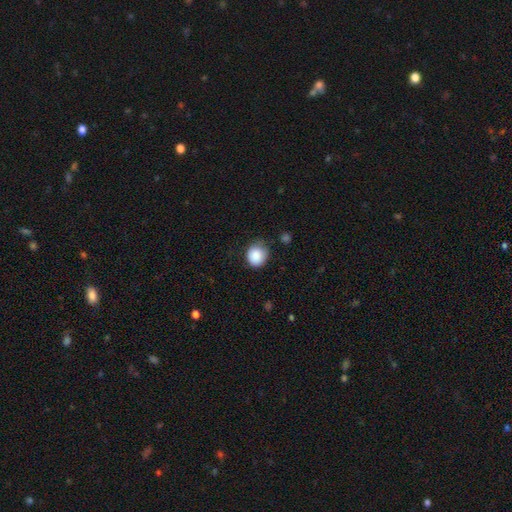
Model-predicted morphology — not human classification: type=smooth (87%); roundness=round (78%); merging=none (64%).